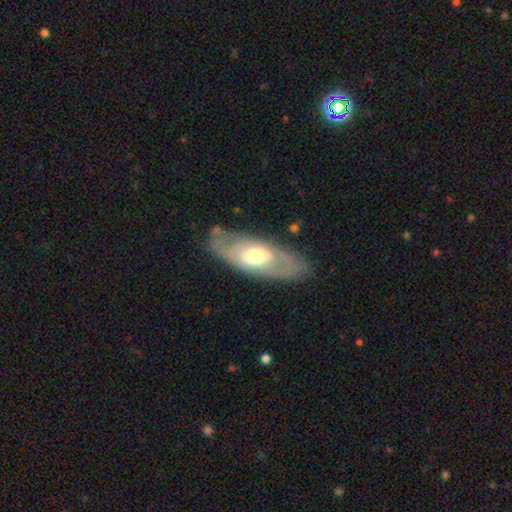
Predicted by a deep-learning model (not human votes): This is possibly a featured or disk galaxy (58%). It is clearly not viewed edge-on (81%). Merging: likely none (79%).